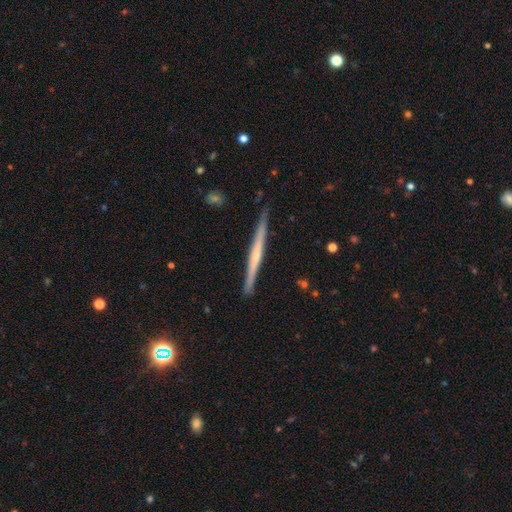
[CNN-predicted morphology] smooth-or-featured: featured or disk: 65% | smooth: 30% | star or artifact: 6%
  disk-edge-on: yes: 98% | no: 2%
    edge-on-bulge: none: 58% | rounded: 35% | boxy: 8%
  merging: none: 89% | minor disturbance: 8% | major disturbance: 1% | merger: 1%